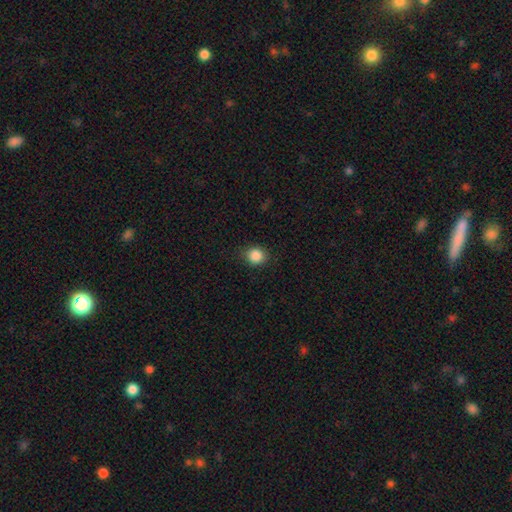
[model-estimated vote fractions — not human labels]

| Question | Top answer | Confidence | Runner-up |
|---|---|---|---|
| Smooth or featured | smooth | 86% | star or artifact (10%) |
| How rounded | round | 82% | in between (17%) |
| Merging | none | 87% | minor disturbance (10%) |